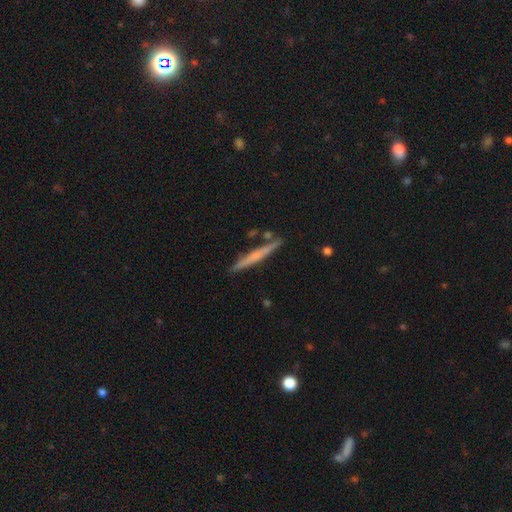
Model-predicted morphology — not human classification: The model was most divided on "smooth or featured": featured or disk: 49%, smooth: 45%, star or artifact: 6%. More confident: merging — none (86%).